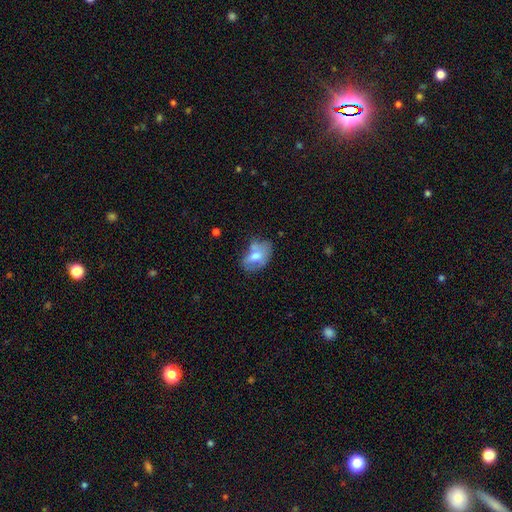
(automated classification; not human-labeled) A smooth galaxy with no disk features (61%) that is in between round and cigar-shaped (84%). Merging: none (41%).